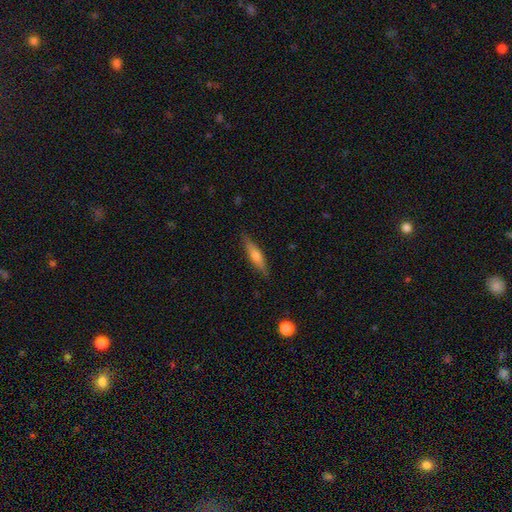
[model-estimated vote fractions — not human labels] This is possibly a featured or disk galaxy (50%). It is clearly viewed edge-on (92%). Merging: clearly none (88%).